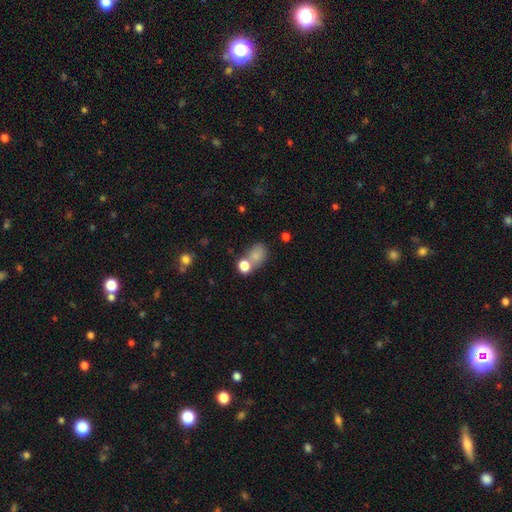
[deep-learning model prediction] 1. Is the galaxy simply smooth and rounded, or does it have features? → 78% smooth, 13% star or artifact, 9% featured or disk.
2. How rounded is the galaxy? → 58% in between, 41% round, 1% cigar-shaped.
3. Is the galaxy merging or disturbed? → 44% none, 35% merger, 14% minor disturbance, 7% major disturbance.